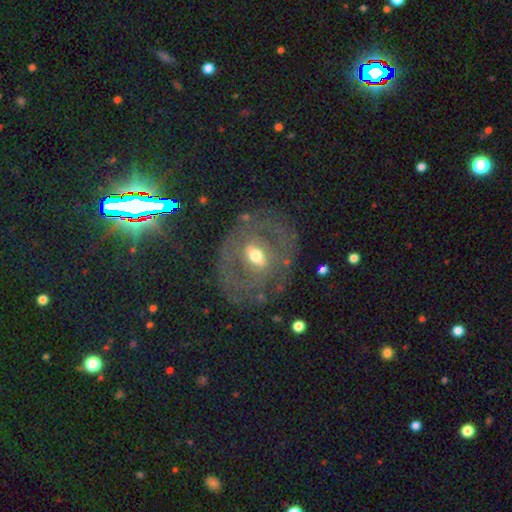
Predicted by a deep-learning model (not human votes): Smooth or featured? Predicted: featured or disk (p=0.75). Edge-on disk? Predicted: no (p=0.92). Bar? Predicted: weak (p=0.40, tied with strong). Spiral arms? Predicted: no (p=0.51). Bulge size? Predicted: moderate (p=0.65). Merging? Predicted: none (p=0.74).